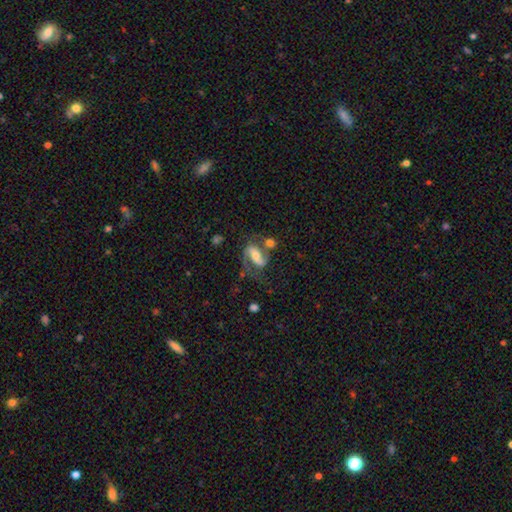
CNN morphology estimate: smooth-or-featured: featured or disk: 71% | smooth: 22% | star or artifact: 8%
  disk-edge-on: no: 95% | yes: 5%
    bar: strong: 37% | weak: 35% | no: 28%
    has-spiral-arms: yes: 89% | no: 11%
      spiral-winding: medium: 45% | loose: 38% | tight: 17%
      spiral-arm-count: 2: 80% | 1: 12% | can't tell: 5% | 3: 1% | 4: 1% | more than 4: 1%
    bulge-size: moderate: 54% | small: 30% | large: 10% | none: 4% | dominant: 2%
  merging: none: 41% | merger: 20% | major disturbance: 20% | minor disturbance: 18%